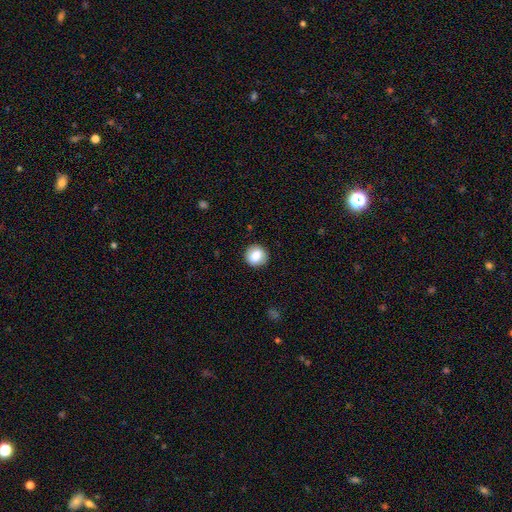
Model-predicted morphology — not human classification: The model was most divided on "smooth or featured": smooth: 83%, featured or disk: 9%, star or artifact: 8%. More confident: merging — none (88%); how rounded — round (86%).